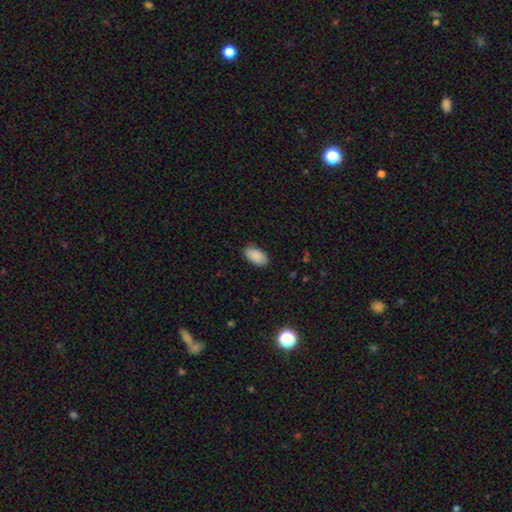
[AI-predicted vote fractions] Overall: smooth (90%). How rounded: in between (95%). Merging: none (85%).